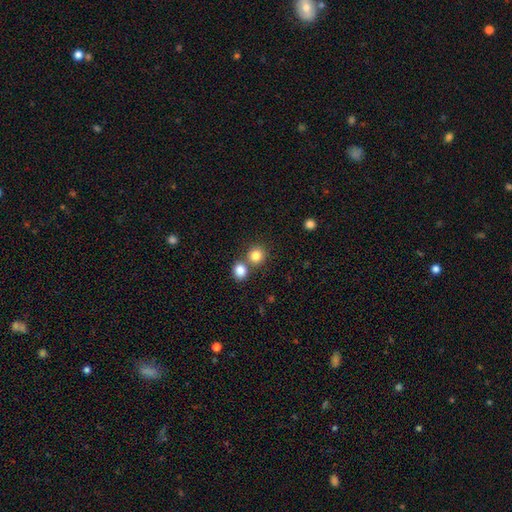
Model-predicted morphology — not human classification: Smooth or featured?
  - smooth: 83% *
  - star or artifact: 11%
  - featured or disk: 6%
How rounded?
  - round: 87% *
  - in between: 12%
  - cigar-shaped: 1%
Merging?
  - none: 61% *
  - merger: 30%
  - minor disturbance: 6%
  - major disturbance: 2%